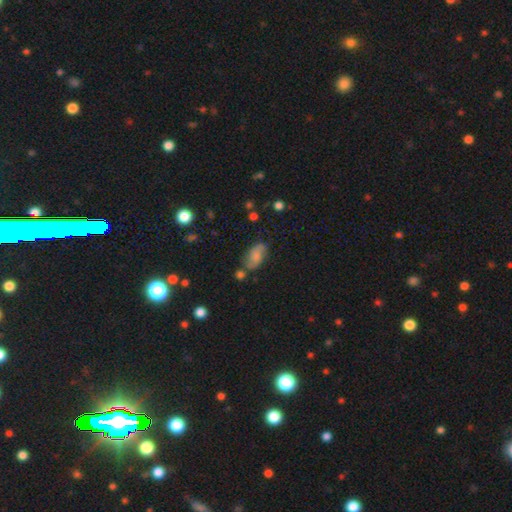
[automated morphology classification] Smooth or featured: smooth — 54% (featured or disk — 36%)
How rounded: in between — 89% (round — 6%)
Merging: none — 59% (minor disturbance — 24%)